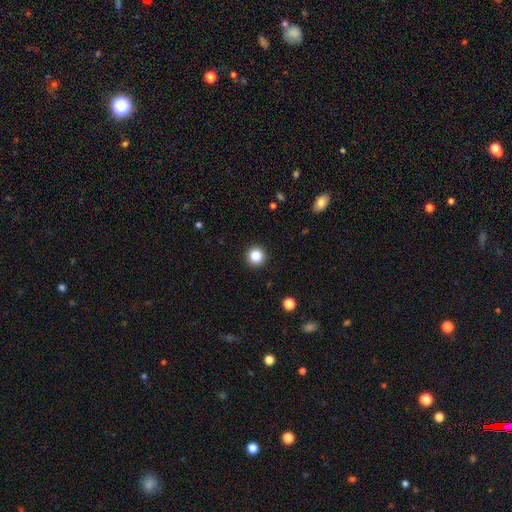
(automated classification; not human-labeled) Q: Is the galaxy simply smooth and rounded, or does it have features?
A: smooth — 86%.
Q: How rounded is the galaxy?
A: round — 95%.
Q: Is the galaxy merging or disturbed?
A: none — 92%.